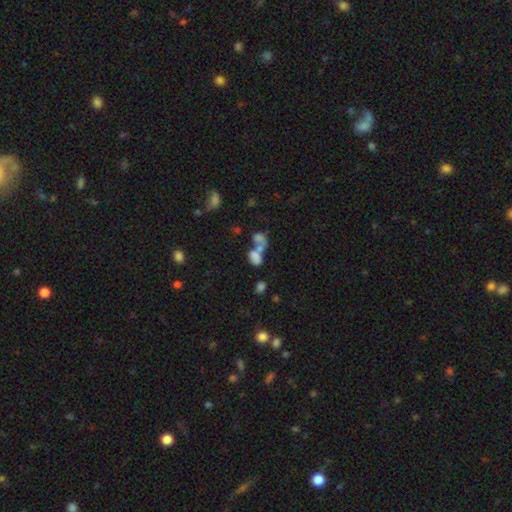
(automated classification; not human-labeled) A smooth galaxy with no disk features (64%) that is in between round and cigar-shaped (79%).

Vote fractions:
- Smooth or featured? smooth: 64% / featured or disk: 20% / star or artifact: 16%
- How rounded? in between: 79% / round: 19% / cigar-shaped: 3%
- Merging? merger: 63% / none: 20% / major disturbance: 9% / minor disturbance: 8%